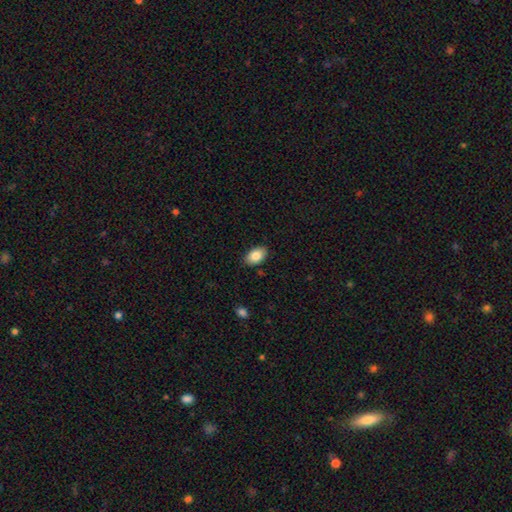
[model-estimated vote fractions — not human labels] Morphology: type=smooth (86%); roundness=in between (92%); merging=none (87%).